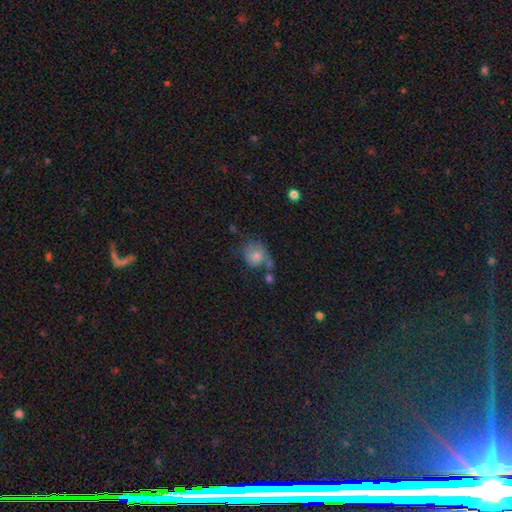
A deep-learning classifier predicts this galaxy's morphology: Smooth or featured? smooth (64%)
How rounded? round (67%)
Merging? none (37%)